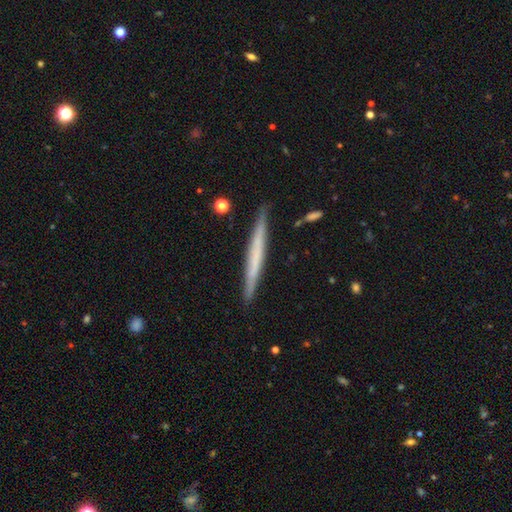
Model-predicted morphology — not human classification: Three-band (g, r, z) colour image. It shows a smooth galaxy with no disk features (47%, tied with featured or disk). Merging: none (90%).